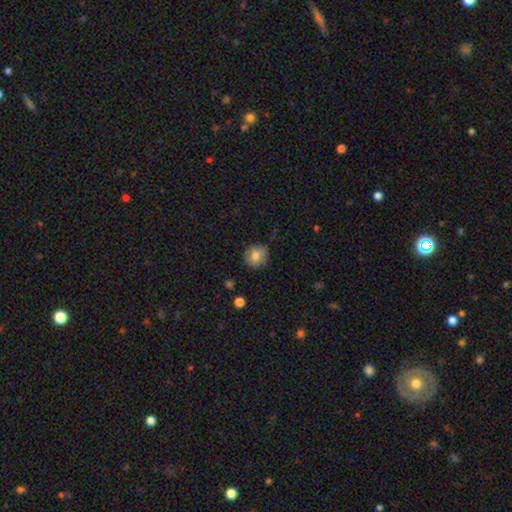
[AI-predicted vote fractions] smooth_or_featured: smooth (p=0.80) [alt: featured or disk p=0.11]
how_rounded: round (p=0.88) [alt: in between p=0.11]
merging: none (p=0.77) [alt: minor disturbance p=0.18]